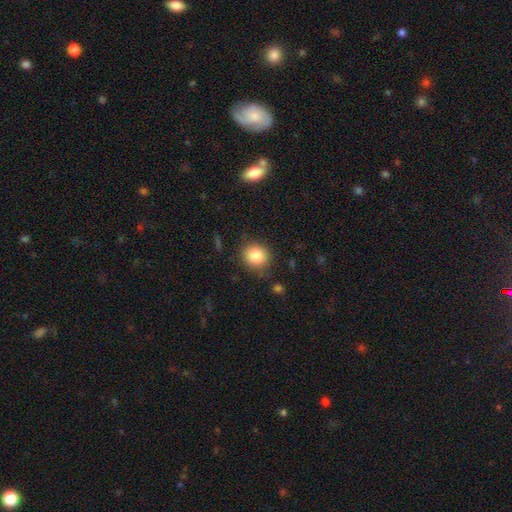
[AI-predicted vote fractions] Morphology: type=smooth (83%); roundness=round (83%); merging=none (83%).